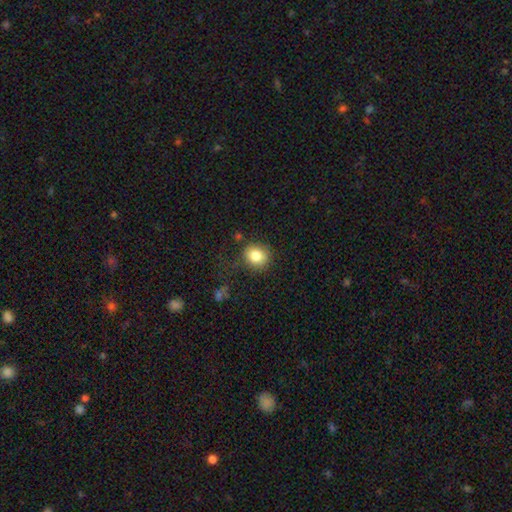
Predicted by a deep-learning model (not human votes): smooth_or_featured: smooth (p=0.82) [alt: star or artifact p=0.10]
how_rounded: round (p=0.76) [alt: in between p=0.23]
merging: none (p=0.79) [alt: minor disturbance p=0.14]